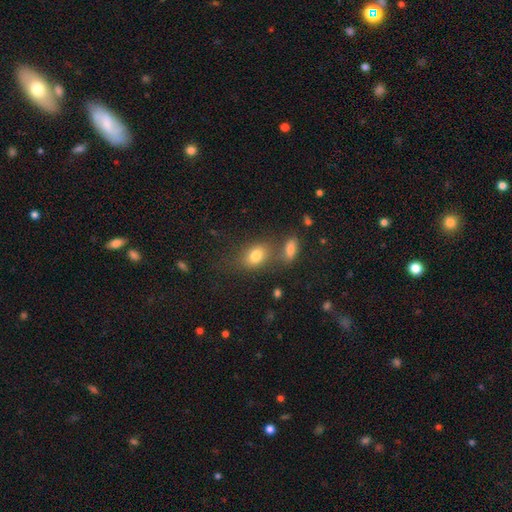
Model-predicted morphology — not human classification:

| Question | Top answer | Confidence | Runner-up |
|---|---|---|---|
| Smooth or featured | smooth | 79% | featured or disk (10%) |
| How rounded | in between | 76% | round (22%) |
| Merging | none | 57% | merger (23%) |